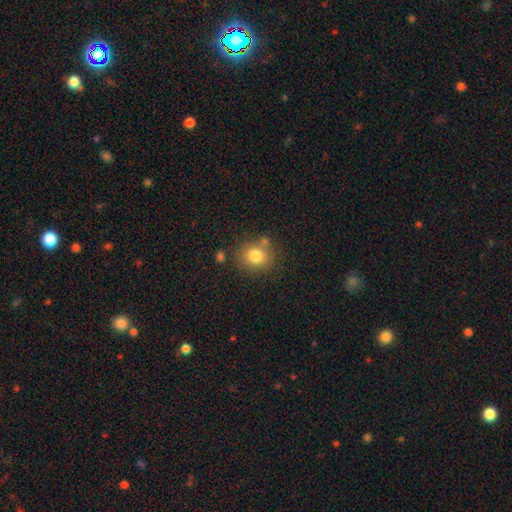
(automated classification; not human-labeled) Smooth or featured? Predicted: smooth (p=0.80). How rounded? Predicted: round (p=0.79). Merging? Predicted: none (p=0.72).